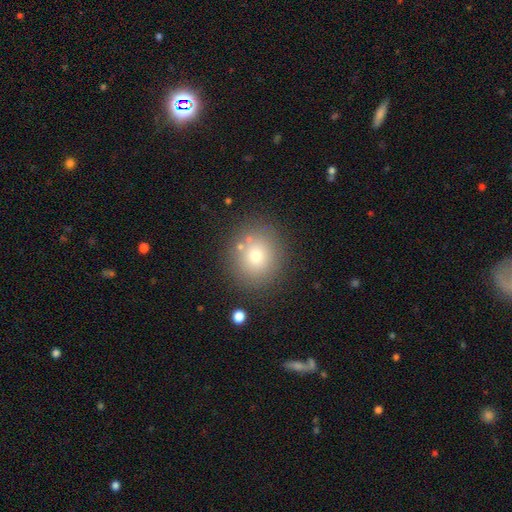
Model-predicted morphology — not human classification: A smooth galaxy with no disk features (74%) that is round (82%). Merging: none (81%).